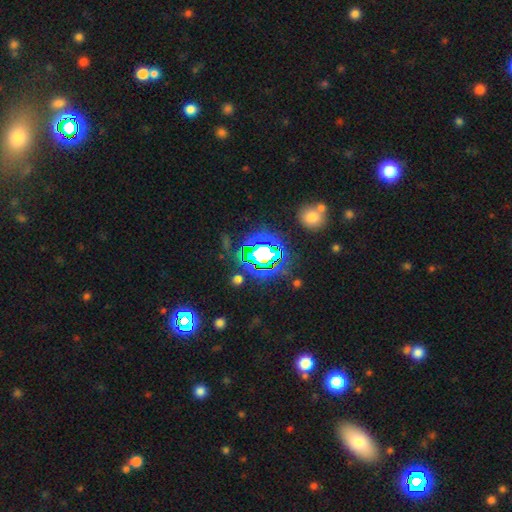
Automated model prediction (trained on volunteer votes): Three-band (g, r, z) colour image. It shows a star or artifact, not a galaxy (69%).